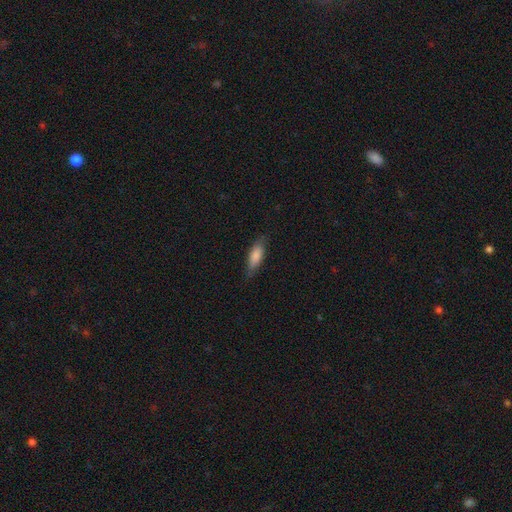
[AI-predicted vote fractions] Smooth or featured?
  - smooth: 81% *
  - featured or disk: 13%
  - star or artifact: 6%
How rounded?
  - in between: 63% *
  - cigar-shaped: 35%
  - round: 2%
Merging?
  - none: 77% *
  - minor disturbance: 18%
  - major disturbance: 4%
  - merger: 1%